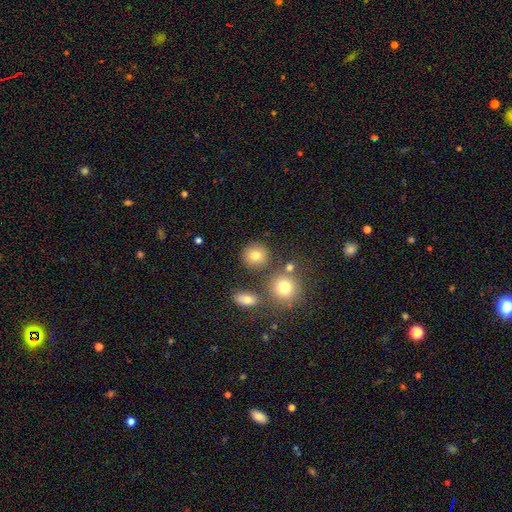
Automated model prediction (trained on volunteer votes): Smooth or featured?
  - smooth: 78% *
  - star or artifact: 13%
  - featured or disk: 8%
How rounded?
  - round: 89% *
  - in between: 9%
  - cigar-shaped: 1%
Merging?
  - none: 81% *
  - minor disturbance: 8%
  - merger: 7%
  - major disturbance: 3%